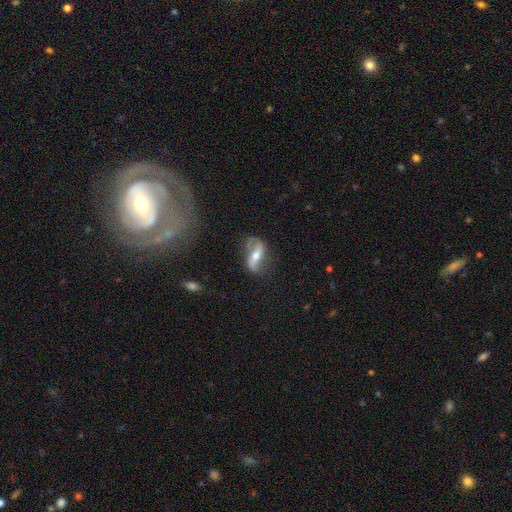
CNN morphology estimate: Q: Smooth or featured?
A: featured or disk (74%); runner-up: smooth (20%)
Q: Edge-on disk?
A: no (85%); runner-up: yes (15%)
Q: Bar?
A: strong (51%); runner-up: weak (28%)
Q: Spiral arms?
A: yes (83%); runner-up: no (17%)
Q: Spiral winding?
A: loose (75%); runner-up: medium (18%)
Q: Spiral arm count?
A: 2 (89%); runner-up: can't tell (5%)
Q: Bulge size?
A: moderate (60%); runner-up: small (28%)
Q: Merging?
A: none (66%); runner-up: minor disturbance (19%)